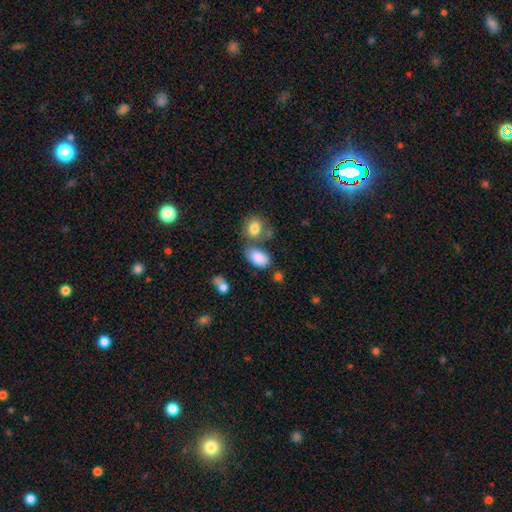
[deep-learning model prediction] smooth 84%, star or artifact 9%, featured or disk 7%. Down the decision tree: how rounded — in between (90%); merging — none (52%).